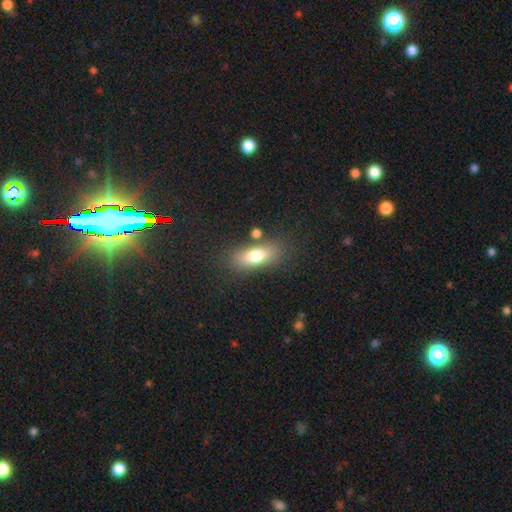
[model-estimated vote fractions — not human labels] Morphology: type=smooth (75%); roundness=in between (74%); merging=none (74%).